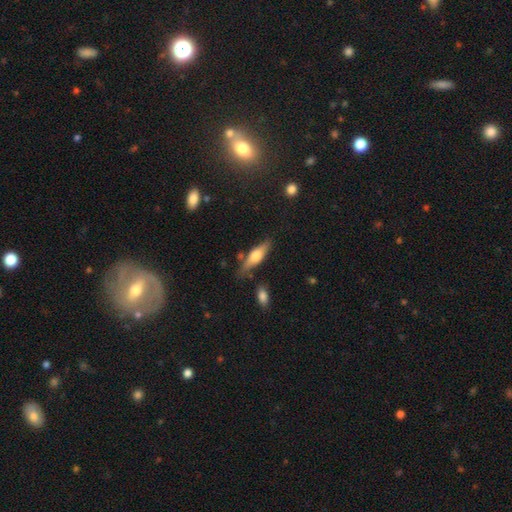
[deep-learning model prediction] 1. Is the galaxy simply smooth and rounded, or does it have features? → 53% smooth, 41% featured or disk, 6% star or artifact.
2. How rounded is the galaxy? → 54% cigar-shaped, 44% in between, 2% round.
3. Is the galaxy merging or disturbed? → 73% none, 17% minor disturbance, 6% merger, 4% major disturbance.